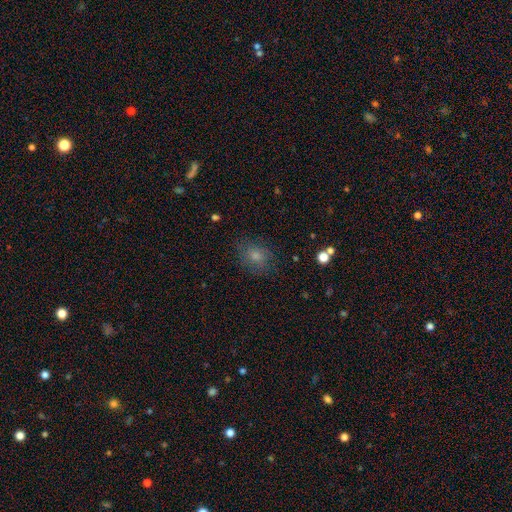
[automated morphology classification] smooth_or_featured: smooth (p=0.60) [alt: star or artifact p=0.22]
how_rounded: round (p=0.55) [alt: in between p=0.43]
merging: none (p=0.80) [alt: minor disturbance p=0.14]